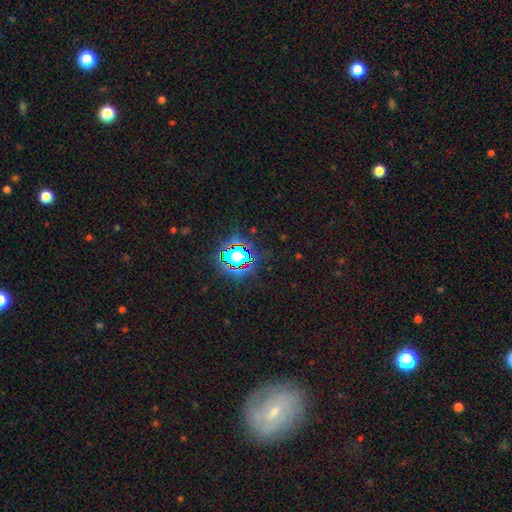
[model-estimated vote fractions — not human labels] Smooth or featured? star or artifact (73%)